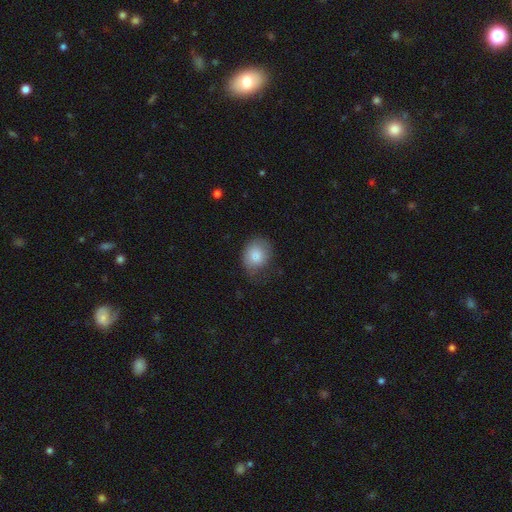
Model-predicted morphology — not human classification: type=smooth (77%); roundness=round (61%); merging=none (59%).